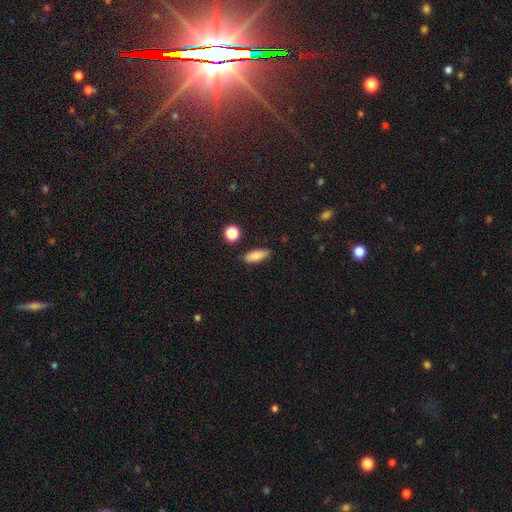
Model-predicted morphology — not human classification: Q: Smooth or featured?
A: smooth (81%); runner-up: featured or disk (11%)
Q: How rounded?
A: in between (67%); runner-up: cigar-shaped (29%)
Q: Merging?
A: none (85%); runner-up: minor disturbance (11%)